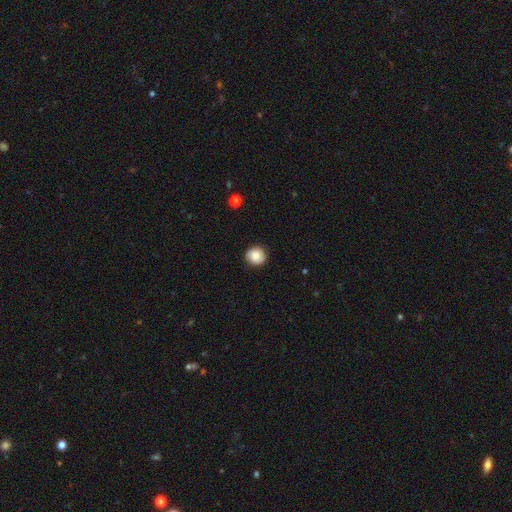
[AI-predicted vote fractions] A smooth galaxy with no disk features (83%) that is round (89%).

Vote fractions:
- Smooth or featured? smooth: 83% / star or artifact: 8% / featured or disk: 8%
- How rounded? round: 89% / in between: 10% / cigar-shaped: 1%
- Merging? none: 87% / minor disturbance: 10% / major disturbance: 2% / merger: 1%